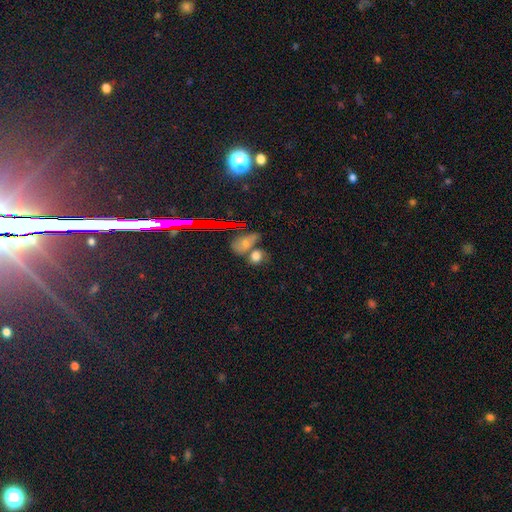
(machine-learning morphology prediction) Smooth or featured: smooth — 67% (star or artifact — 18%)
How rounded: in between — 56% (round — 41%)
Merging: merger — 43% (none — 37%)